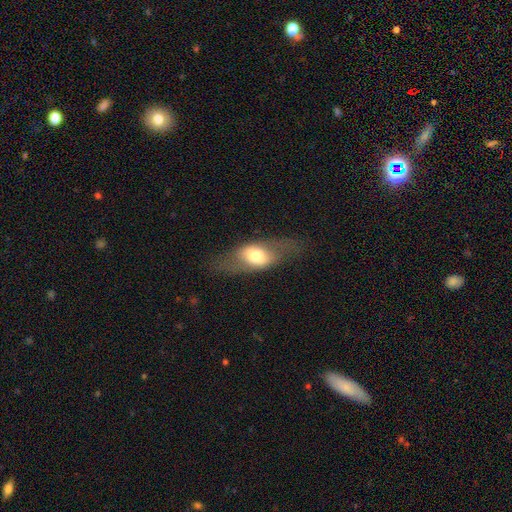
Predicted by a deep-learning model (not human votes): smooth_or_featured: smooth (p=0.51) [alt: featured or disk p=0.42]
how_rounded: in between (p=0.76) [alt: round p=0.12]
merging: none (p=0.72) [alt: minor disturbance p=0.16]